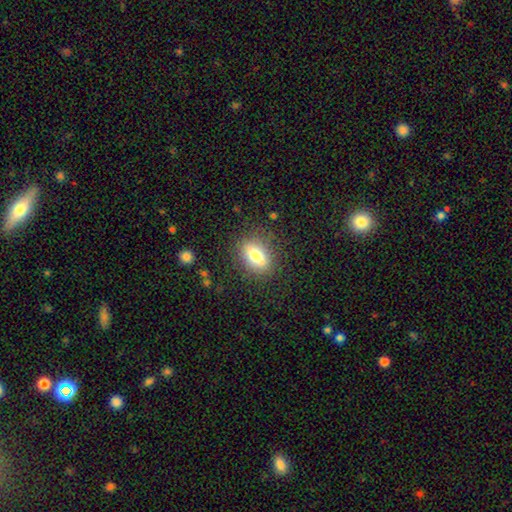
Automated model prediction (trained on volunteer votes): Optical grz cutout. It shows a smooth galaxy with no disk features (66%) that is in between round and cigar-shaped (70%). Merging: none (78%).